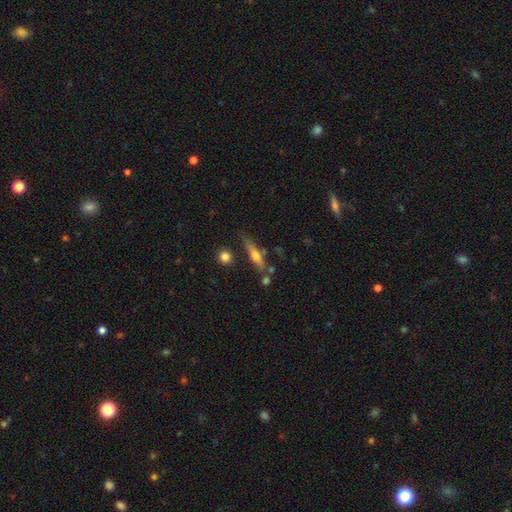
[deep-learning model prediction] Smooth or featured?
  - featured or disk: 50% *
  - smooth: 43%
  - star or artifact: 7%
Merging?
  - none: 63% *
  - minor disturbance: 19%
  - merger: 11%
  - major disturbance: 6%